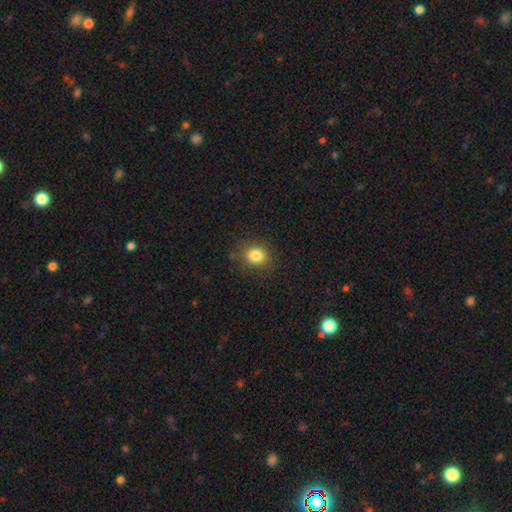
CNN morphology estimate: smooth-or-featured: smooth: 83% | star or artifact: 11% | featured or disk: 6%
  how-rounded: round: 67% | in between: 32% | cigar-shaped: 1%
  merging: none: 86% | minor disturbance: 10% | major disturbance: 3% | merger: 1%